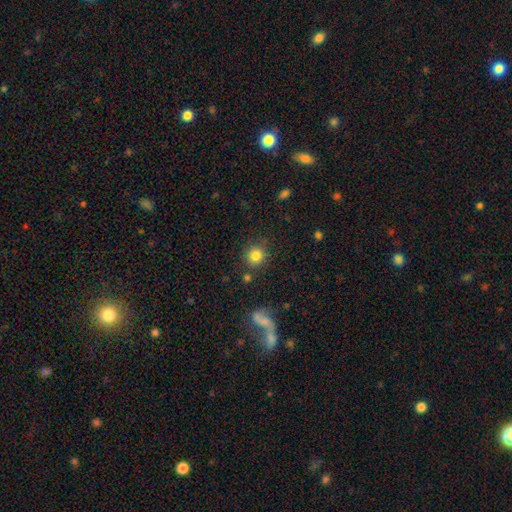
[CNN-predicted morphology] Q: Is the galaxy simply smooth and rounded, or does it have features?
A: smooth — 82%.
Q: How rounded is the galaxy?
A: round — 89%.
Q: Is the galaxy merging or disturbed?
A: none — 81%.